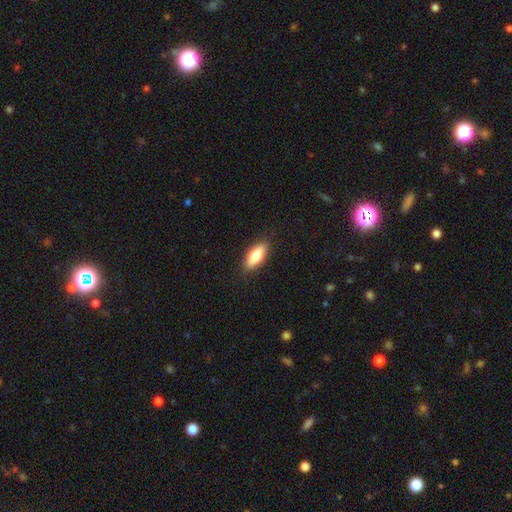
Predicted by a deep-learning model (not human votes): This is likely a smooth galaxy (73%). How rounded: likely in between (72%). Merging: clearly none (88%).